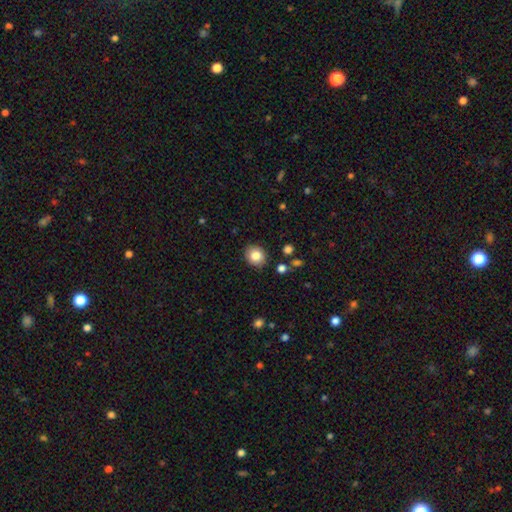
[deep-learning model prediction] A smooth galaxy with no disk features (82%) that is round (70%). Merging: none (88%).